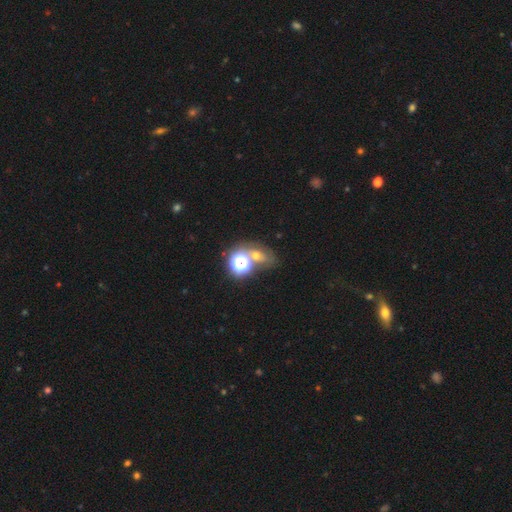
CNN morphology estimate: Smooth or featured: smooth — 45% (star or artifact — 36%)
Merging: none — 51% (merger — 26%)